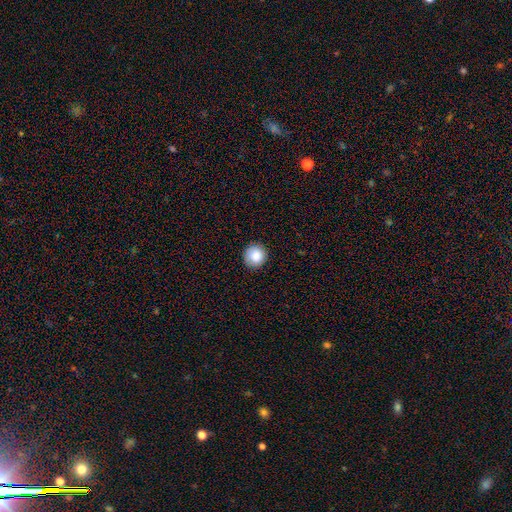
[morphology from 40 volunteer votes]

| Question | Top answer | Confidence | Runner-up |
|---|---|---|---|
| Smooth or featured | smooth | 88% | featured or disk (10%) |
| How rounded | round | 91% | in between (9%) |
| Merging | none | 95% | minor disturbance (5%) |